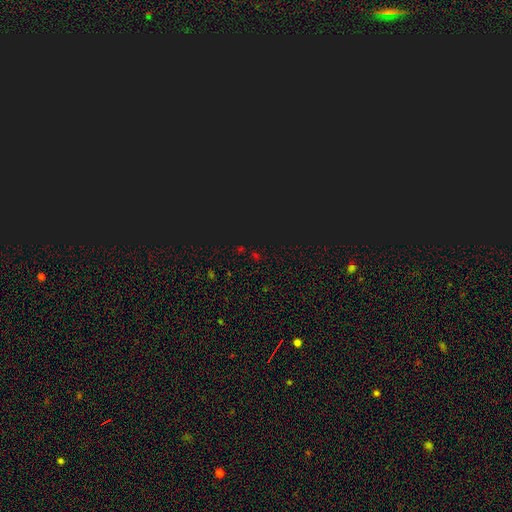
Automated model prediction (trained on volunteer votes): smooth_or_featured: star or artifact (p=0.69) [alt: smooth p=0.24]